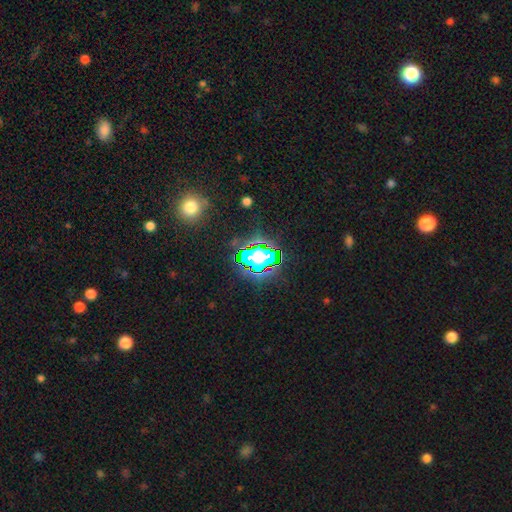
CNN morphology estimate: smooth_or_featured: star or artifact (p=0.77) [alt: smooth p=0.16]